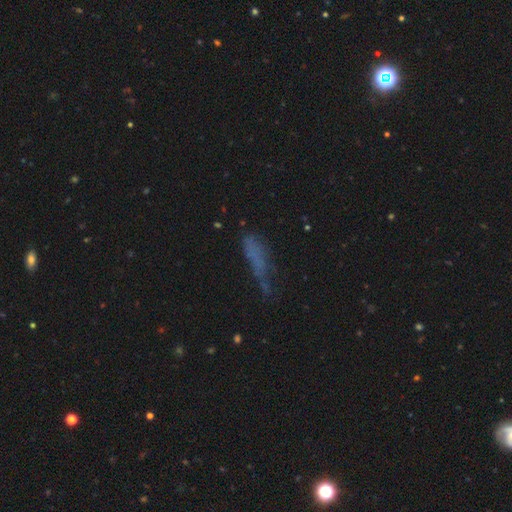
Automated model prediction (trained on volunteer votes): Q: Smooth or featured?
A: smooth (54%); runner-up: featured or disk (26%)
Q: How rounded?
A: cigar-shaped (65%); runner-up: in between (31%)
Q: Merging?
A: none (40%); runner-up: minor disturbance (28%)